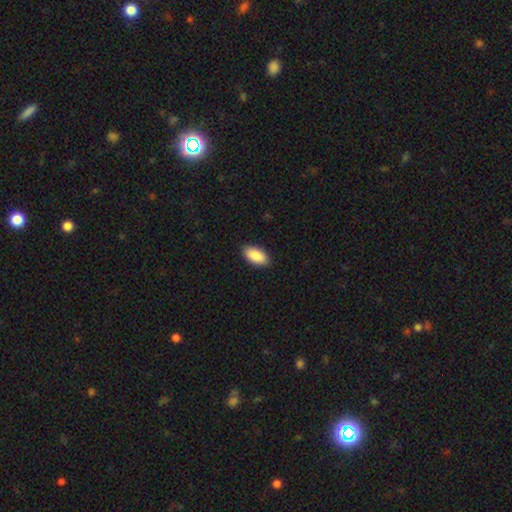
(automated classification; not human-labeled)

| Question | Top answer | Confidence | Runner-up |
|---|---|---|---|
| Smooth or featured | smooth | 90% | star or artifact (6%) |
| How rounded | in between | 94% | cigar-shaped (4%) |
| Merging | none | 89% | minor disturbance (8%) |